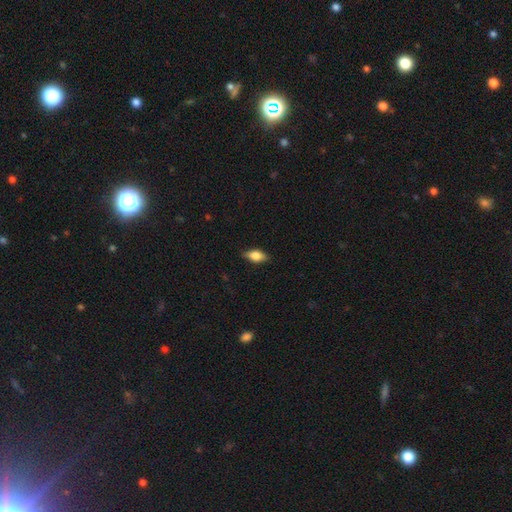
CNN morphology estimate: Q: Smooth or featured?
A: smooth (73%); runner-up: featured or disk (19%)
Q: How rounded?
A: in between (84%); runner-up: cigar-shaped (11%)
Q: Merging?
A: none (84%); runner-up: minor disturbance (12%)